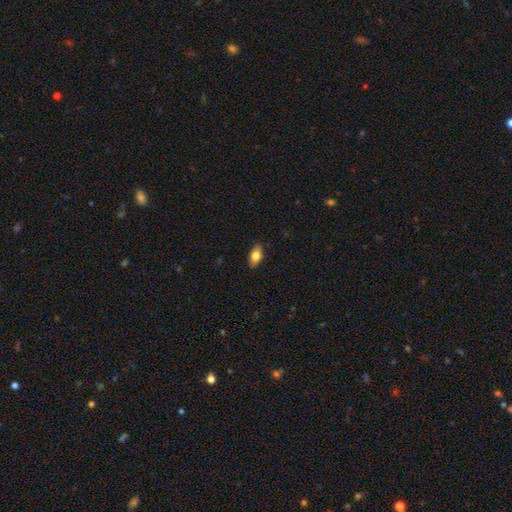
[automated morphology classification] Smooth or featured?
  - smooth: 78% *
  - featured or disk: 15%
  - star or artifact: 7%
How rounded?
  - in between: 89% *
  - cigar-shaped: 6%
  - round: 5%
Merging?
  - none: 87% *
  - minor disturbance: 10%
  - major disturbance: 2%
  - merger: 1%